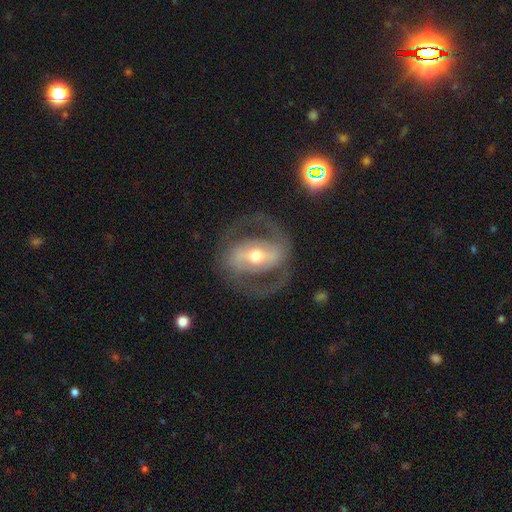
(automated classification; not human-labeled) This is clearly a featured or disk galaxy (83%). It is clearly not viewed edge-on (95%). Bar: possibly strong (49%). Spiral arm pattern: clearly yes (81%). Spiral arm count: clearly 2 (87%). Spiral winding: possibly medium (53%). Central bulge: likely moderate (64%). Merging: likely none (74%).